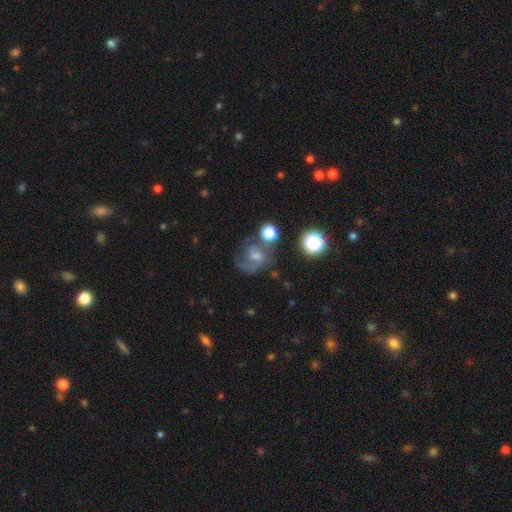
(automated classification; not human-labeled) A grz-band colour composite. It shows a featured or disk galaxy (56%) with no bar (50%), spiral arms (86%) and a small central bulge (41%). Merging: none (51%).